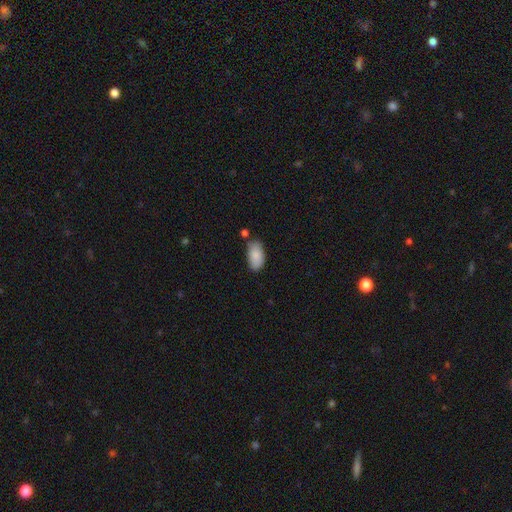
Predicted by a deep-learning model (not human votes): Overall: smooth (86%). How rounded: in between (95%). Merging: none (67%).